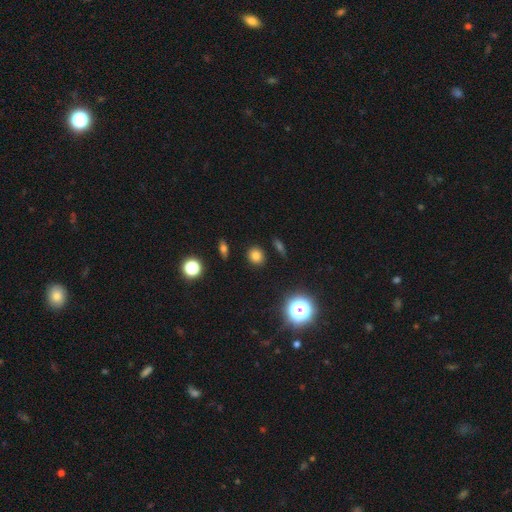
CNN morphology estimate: smooth 78%, star or artifact 16%, featured or disk 7%. Down the decision tree: how rounded — round (80%); merging — none (88%).